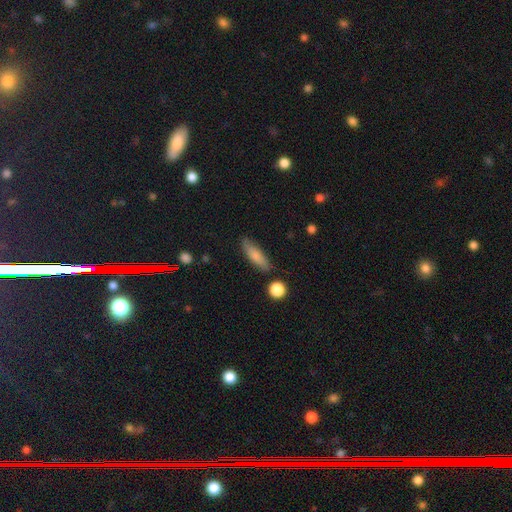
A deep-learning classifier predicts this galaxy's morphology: Smooth or featured? Predicted: smooth (p=0.78). How rounded? Predicted: cigar-shaped (p=0.49). Merging? Predicted: none (p=0.78).